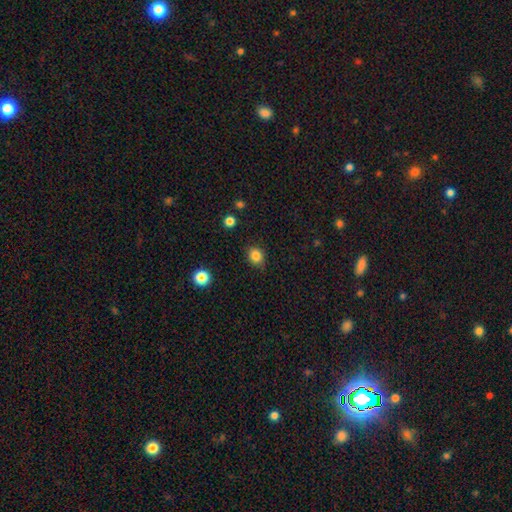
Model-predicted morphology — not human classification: type=smooth (84%); roundness=round (66%); merging=none (81%).